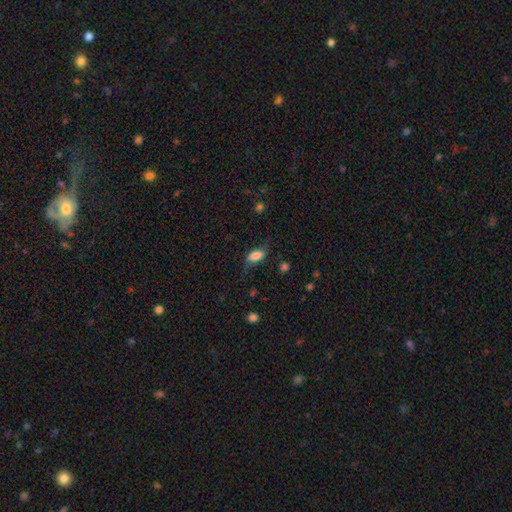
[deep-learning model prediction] Morphology: type=smooth (81%); roundness=in between (86%); merging=none (67%).